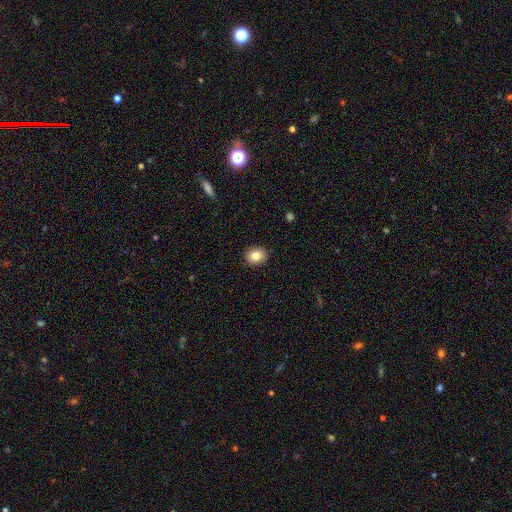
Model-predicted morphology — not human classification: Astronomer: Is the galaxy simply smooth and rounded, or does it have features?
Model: smooth — 84%.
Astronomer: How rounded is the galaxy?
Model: round — 65%.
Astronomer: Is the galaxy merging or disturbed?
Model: none — 91%.